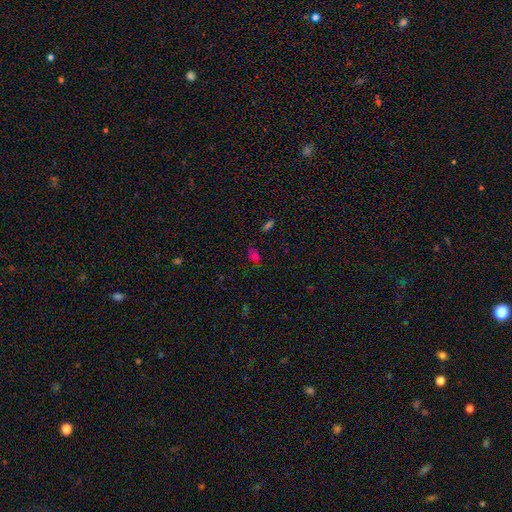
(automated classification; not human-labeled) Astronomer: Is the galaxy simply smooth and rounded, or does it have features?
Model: smooth — 58% (runner-up: star or artifact, 33%).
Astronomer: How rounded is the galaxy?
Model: in between — 81%.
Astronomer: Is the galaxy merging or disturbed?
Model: none — 68%.